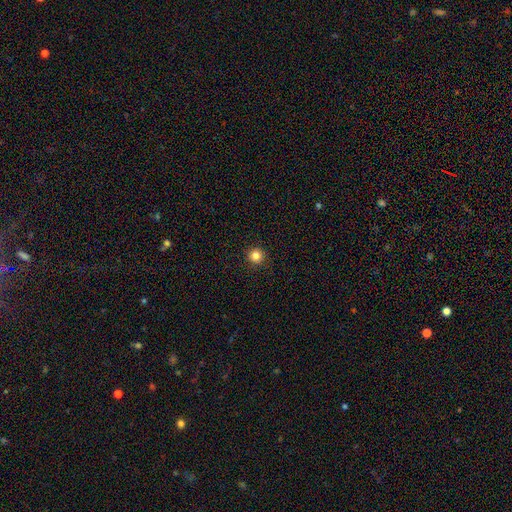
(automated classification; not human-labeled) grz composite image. It shows a smooth galaxy with no disk features (83%) that is round (96%). Merging: none (93%).